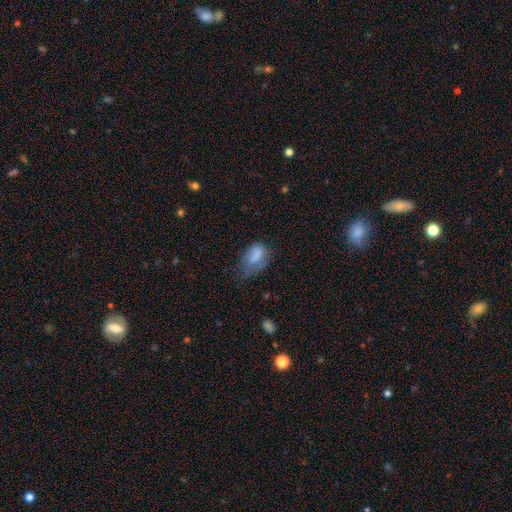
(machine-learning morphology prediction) Smooth or featured: smooth — 75% (featured or disk — 16%)
How rounded: in between — 88% (round — 10%)
Merging: minor disturbance — 35% (major disturbance — 31%)